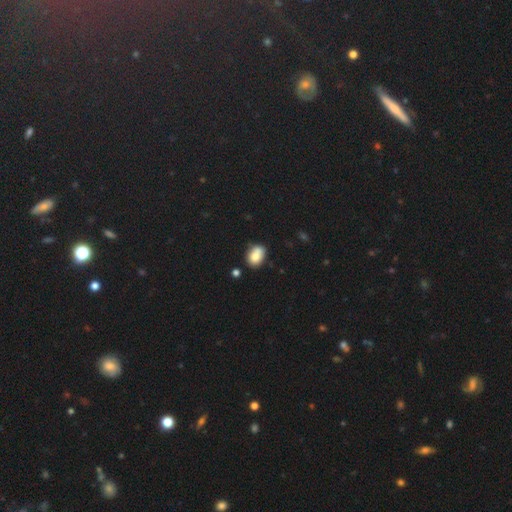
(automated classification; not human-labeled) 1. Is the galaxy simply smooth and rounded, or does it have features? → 79% smooth, 12% featured or disk, 9% star or artifact.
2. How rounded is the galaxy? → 73% in between, 26% round, 1% cigar-shaped.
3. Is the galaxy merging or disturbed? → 57% none, 22% minor disturbance, 16% merger, 5% major disturbance.